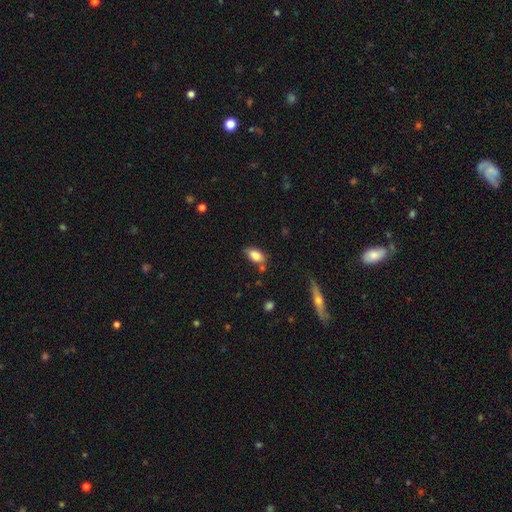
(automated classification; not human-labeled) Smooth or featured? smooth (81%)
How rounded? in between (88%)
Merging? none (59%)